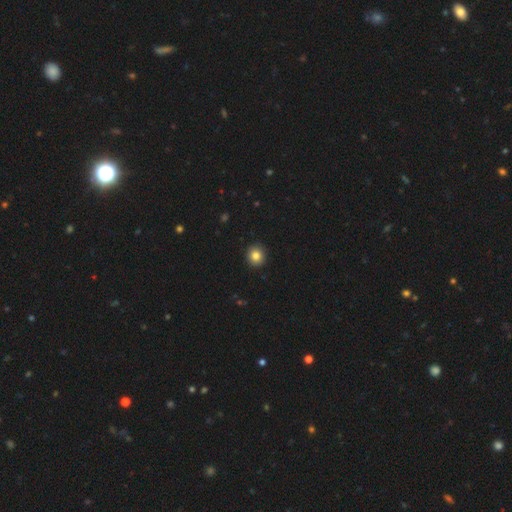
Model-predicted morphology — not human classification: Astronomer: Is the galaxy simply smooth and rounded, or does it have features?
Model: smooth — 84%.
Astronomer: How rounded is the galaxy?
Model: round — 89%.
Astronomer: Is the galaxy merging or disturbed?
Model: none — 93%.